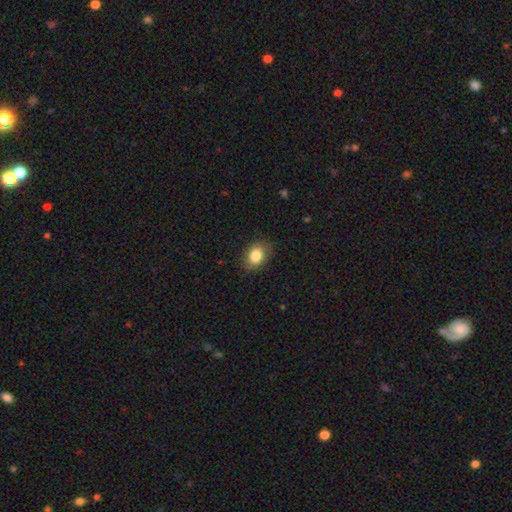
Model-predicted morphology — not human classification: Overall: smooth (84%). How rounded: in between (74%). Merging: none (84%).